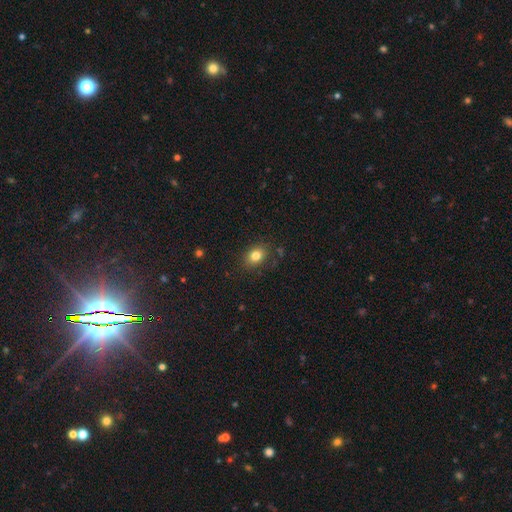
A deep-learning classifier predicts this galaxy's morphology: smooth 81%, star or artifact 11%, featured or disk 8%. Down the decision tree: how rounded — in between (63%); merging — none (84%).